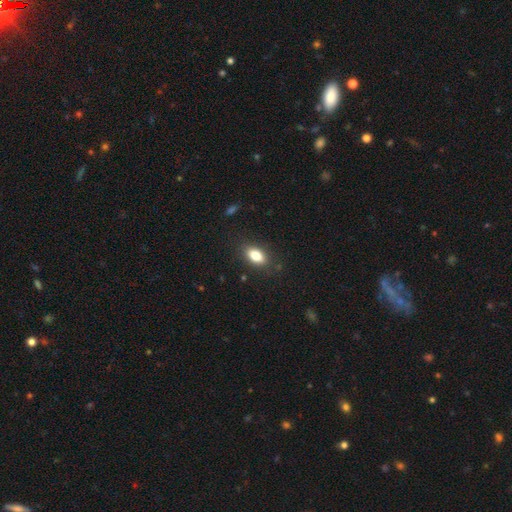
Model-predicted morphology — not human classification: A smooth galaxy with no disk features (82%) that is in between round and cigar-shaped (88%). Merging: none (85%).